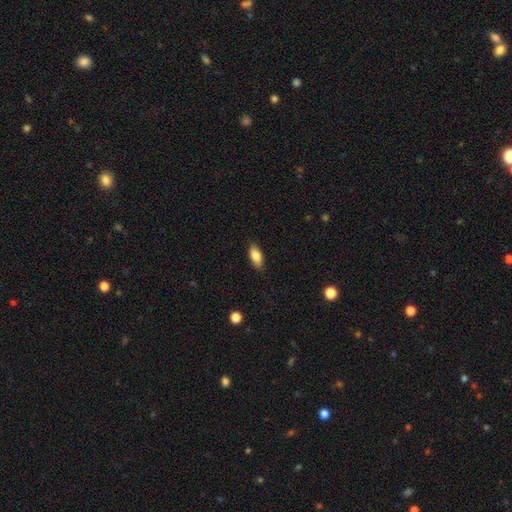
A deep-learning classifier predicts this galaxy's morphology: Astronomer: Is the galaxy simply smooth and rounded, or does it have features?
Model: smooth — 83%.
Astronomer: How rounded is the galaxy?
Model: in between — 87%.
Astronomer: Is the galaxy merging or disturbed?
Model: none — 87%.